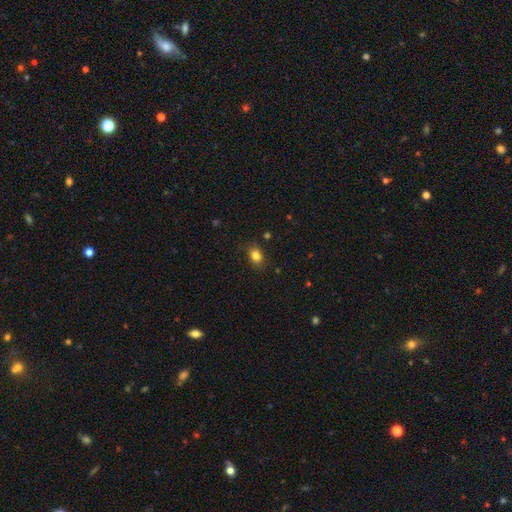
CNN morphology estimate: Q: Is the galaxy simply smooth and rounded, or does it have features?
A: smooth — 83%.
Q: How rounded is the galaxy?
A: in between — 67%.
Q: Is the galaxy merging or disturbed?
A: none — 84%.